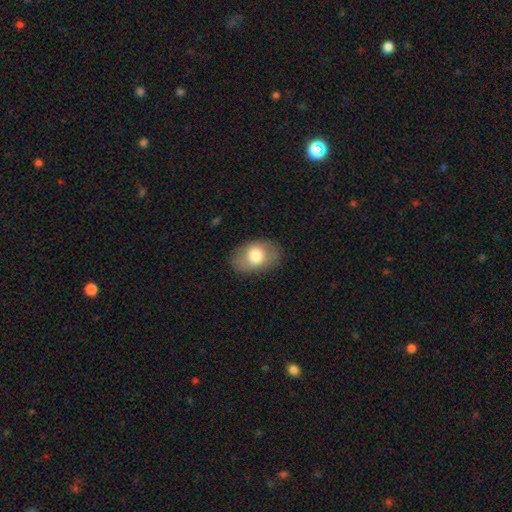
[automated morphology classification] Smooth or featured: smooth — 72% (featured or disk — 21%)
How rounded: in between — 84% (round — 15%)
Merging: none — 83% (minor disturbance — 12%)